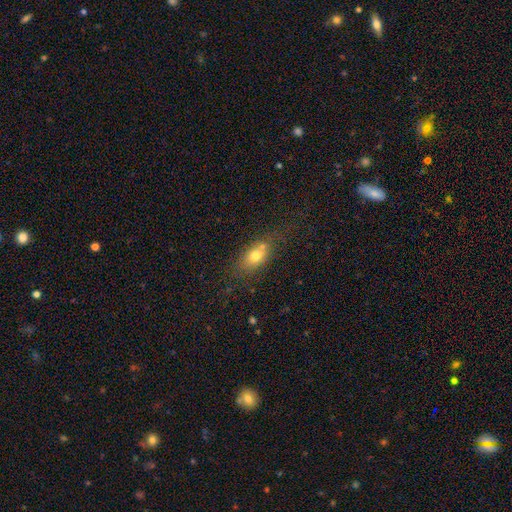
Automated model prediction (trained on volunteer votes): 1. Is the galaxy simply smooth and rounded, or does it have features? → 70% smooth, 19% featured or disk, 11% star or artifact.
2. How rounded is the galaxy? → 78% in between, 14% round, 8% cigar-shaped.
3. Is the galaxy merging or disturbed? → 53% none, 20% merger, 19% minor disturbance, 8% major disturbance.